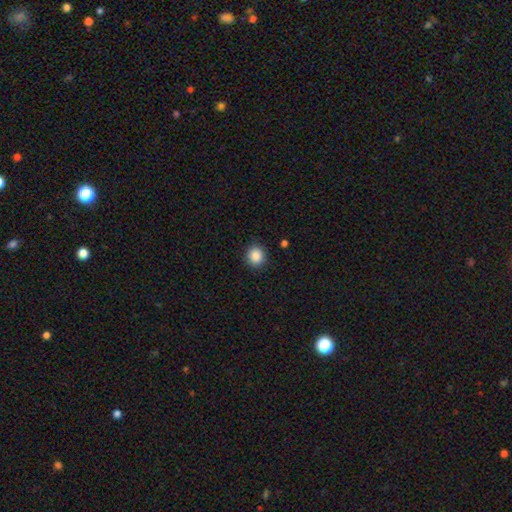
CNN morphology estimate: smooth 87%, star or artifact 9%, featured or disk 3%. Down the decision tree: how rounded — round (85%); merging — none (90%).